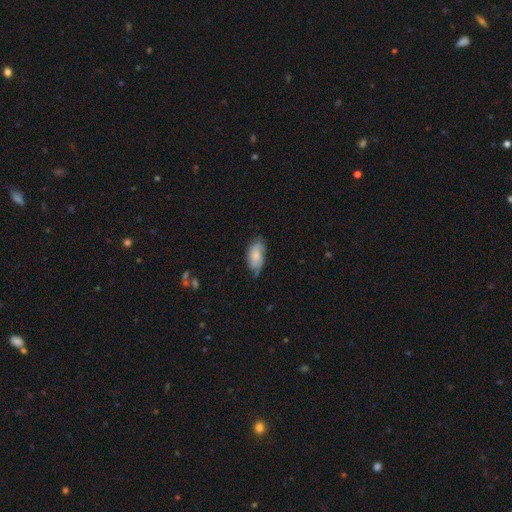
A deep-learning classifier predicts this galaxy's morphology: This is likely a smooth galaxy (67%). How rounded: clearly in between (93%). Merging: possibly none (56%).